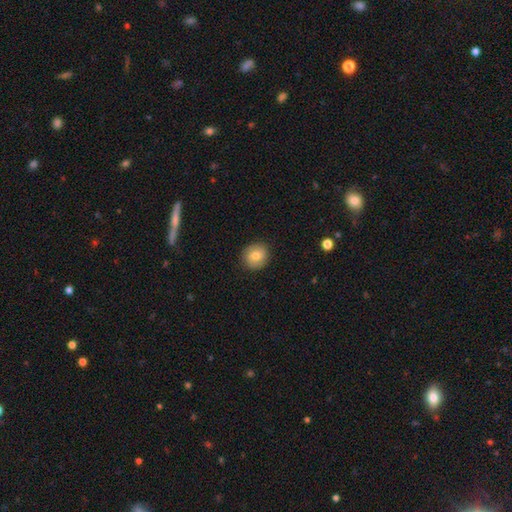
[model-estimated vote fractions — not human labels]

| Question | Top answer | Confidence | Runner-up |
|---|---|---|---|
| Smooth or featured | smooth | 75% | featured or disk (16%) |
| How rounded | round | 87% | in between (12%) |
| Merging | none | 88% | minor disturbance (9%) |